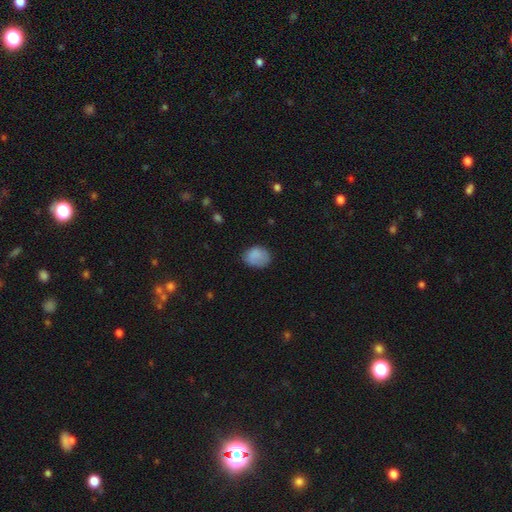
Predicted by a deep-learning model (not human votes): Smooth or featured: smooth — 85% (star or artifact — 9%)
How rounded: in between — 59% (round — 40%)
Merging: none — 69% (minor disturbance — 23%)